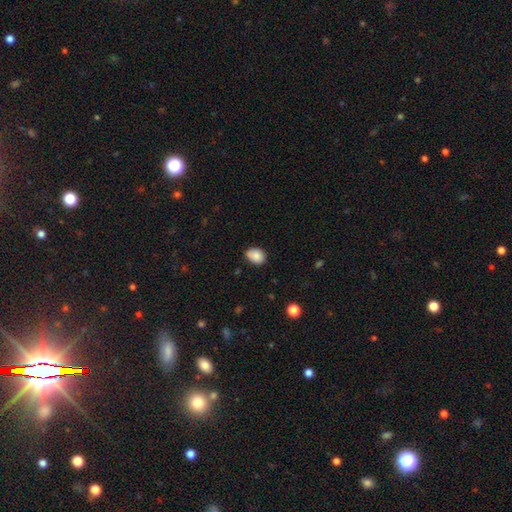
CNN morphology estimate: Smooth or featured: smooth — 85% (star or artifact — 8%)
How rounded: in between — 70% (round — 29%)
Merging: none — 72% (minor disturbance — 22%)